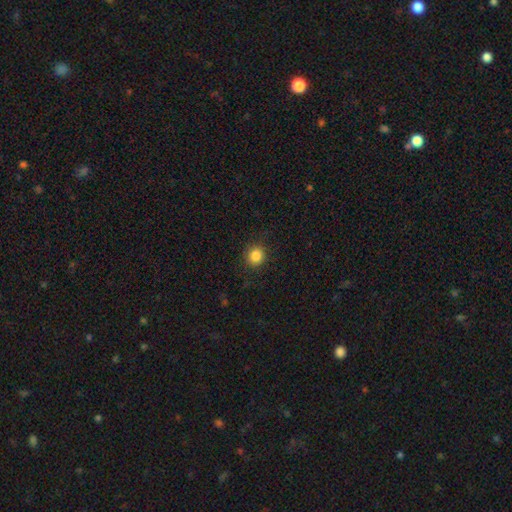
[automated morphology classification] Smooth or featured?
  - smooth: 85% *
  - star or artifact: 11%
  - featured or disk: 4%
How rounded?
  - round: 90% *
  - in between: 10%
  - cigar-shaped: 1%
Merging?
  - none: 88% *
  - minor disturbance: 8%
  - major disturbance: 3%
  - merger: 1%